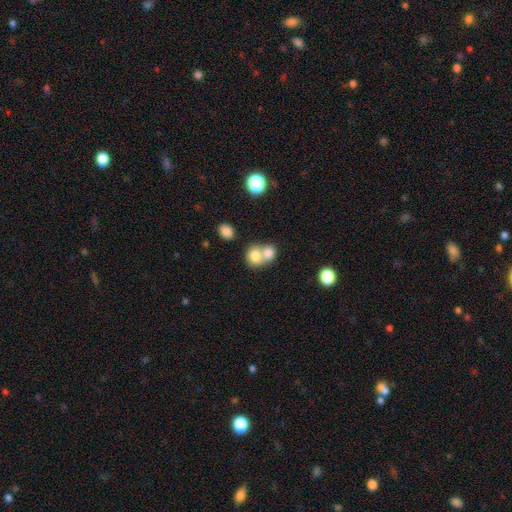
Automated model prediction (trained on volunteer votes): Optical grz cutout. It shows a smooth galaxy with no disk features (78%) that is round (67%). Merging: merger (65%).